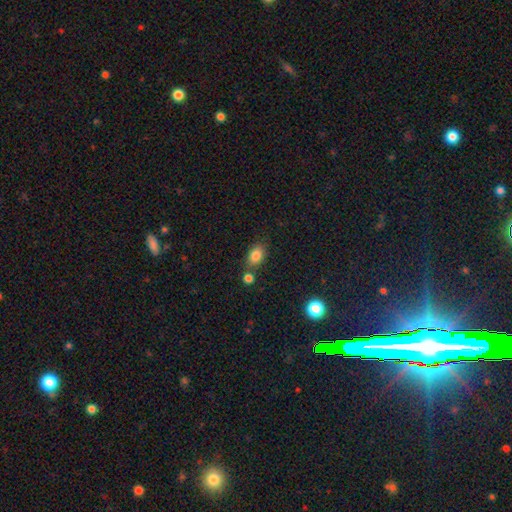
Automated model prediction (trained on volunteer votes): This is clearly a smooth galaxy (83%). How rounded: likely in between (78%). Merging: likely none (67%).